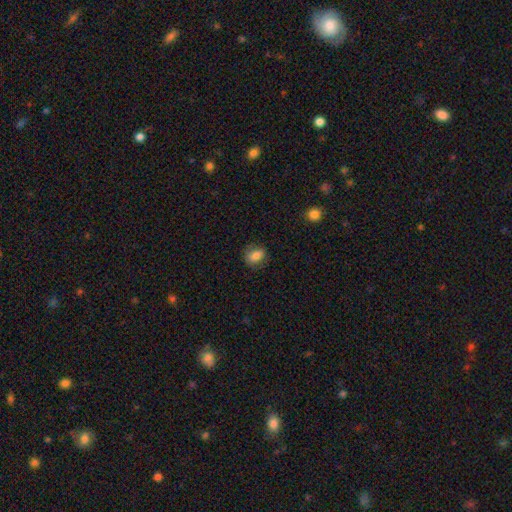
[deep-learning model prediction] smooth 82%, featured or disk 9%, star or artifact 9%. Down the decision tree: how rounded — in between (64%); merging — none (78%).